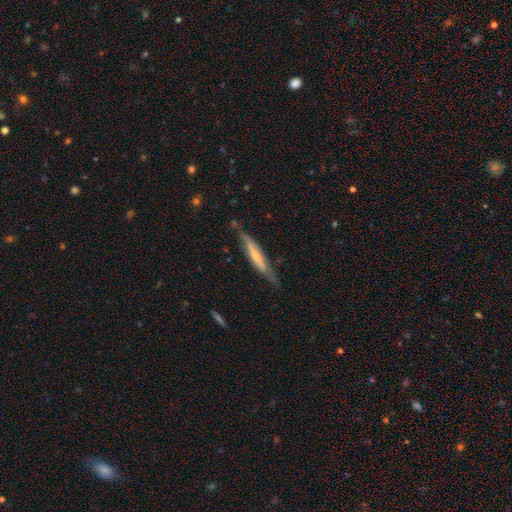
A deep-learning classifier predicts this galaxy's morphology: Q: Smooth or featured?
A: featured or disk (68%); runner-up: smooth (26%)
Q: Edge-on disk?
A: yes (84%); runner-up: no (16%)
Q: Edge-on bulge?
A: rounded (66%); runner-up: none (27%)
Q: Merging?
A: none (72%); runner-up: minor disturbance (21%)